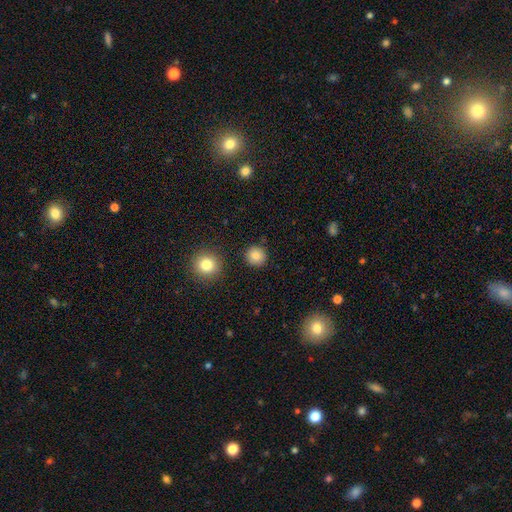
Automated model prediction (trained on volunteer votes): The model was most divided on "smooth or featured": smooth: 84%, star or artifact: 11%, featured or disk: 5%. More confident: how rounded — round (95%); merging — none (89%).